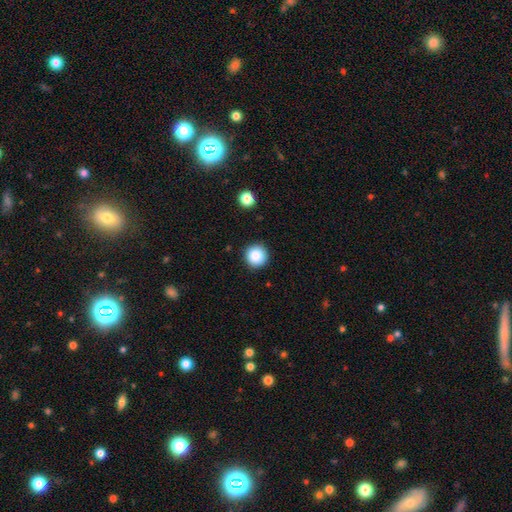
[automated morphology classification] smooth 86%, star or artifact 10%, featured or disk 4%. Down the decision tree: how rounded — round (96%); merging — none (92%).